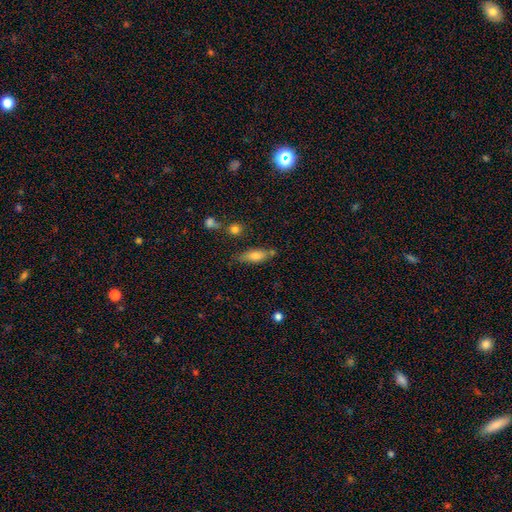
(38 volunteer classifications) A smooth galaxy with no disk features (71%) that is in between round and cigar-shaped (81%). Merging: none (78%).